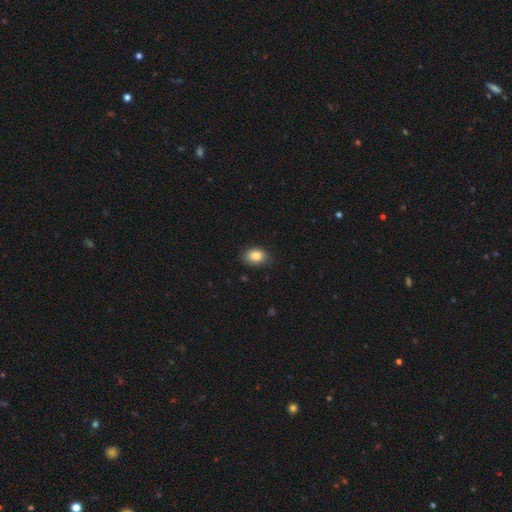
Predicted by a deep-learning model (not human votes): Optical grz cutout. It shows a smooth galaxy with no disk features (86%) that is in between round and cigar-shaped (72%). Merging: none (85%).